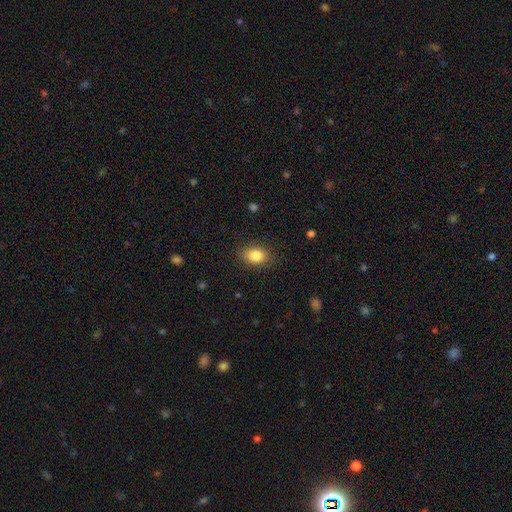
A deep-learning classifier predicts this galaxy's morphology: A smooth galaxy with no disk features (84%) that is in between round and cigar-shaped (78%).

Vote fractions:
- Smooth or featured? smooth: 84% / star or artifact: 9% / featured or disk: 7%
- How rounded? in between: 78% / round: 20% / cigar-shaped: 1%
- Merging? none: 83% / minor disturbance: 12% / major disturbance: 3% / merger: 1%